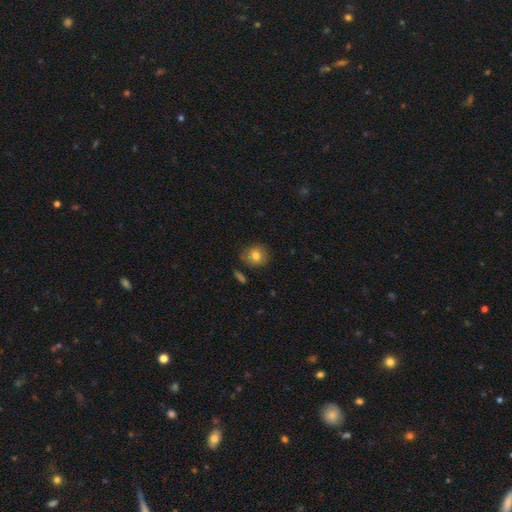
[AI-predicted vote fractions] smooth 80%, featured or disk 11%, star or artifact 9%. Down the decision tree: how rounded — round (80%); merging — none (79%).